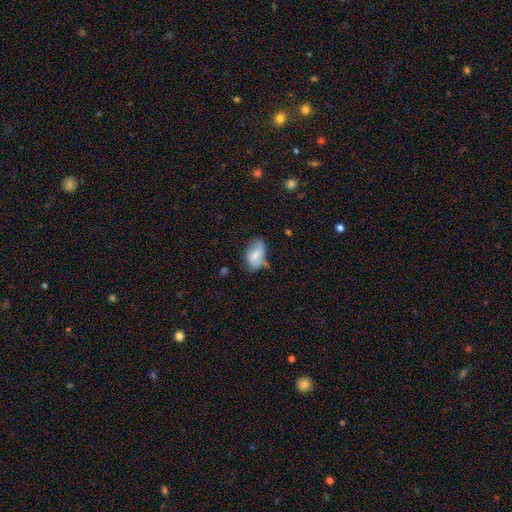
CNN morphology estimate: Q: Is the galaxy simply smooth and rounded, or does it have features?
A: smooth — 66%.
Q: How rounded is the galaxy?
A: in between — 90%.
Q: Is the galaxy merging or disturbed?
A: none — 46%.